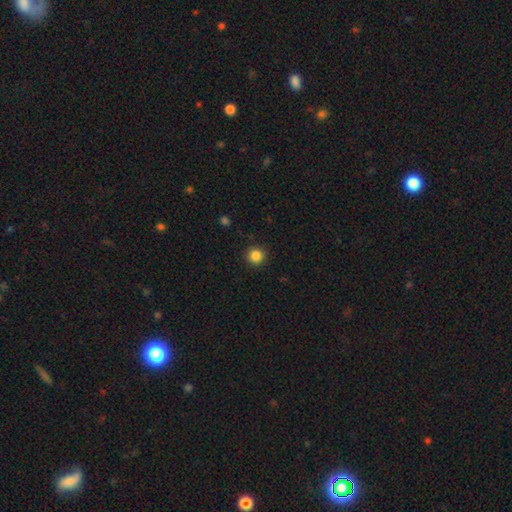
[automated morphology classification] Smooth or featured?
  - smooth: 86% *
  - star or artifact: 11%
  - featured or disk: 3%
How rounded?
  - round: 94% *
  - in between: 5%
  - cigar-shaped: 1%
Merging?
  - none: 91% *
  - minor disturbance: 6%
  - major disturbance: 2%
  - merger: 1%